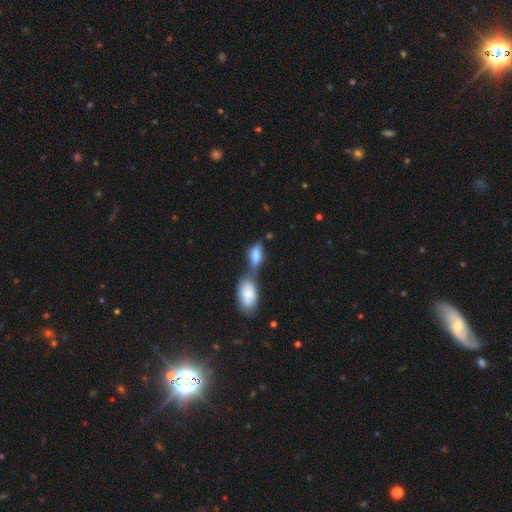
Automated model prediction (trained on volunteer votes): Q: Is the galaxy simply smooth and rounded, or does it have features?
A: smooth — 72%.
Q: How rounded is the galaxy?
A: in between — 85%.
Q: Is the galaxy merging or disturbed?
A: merger — 60%.